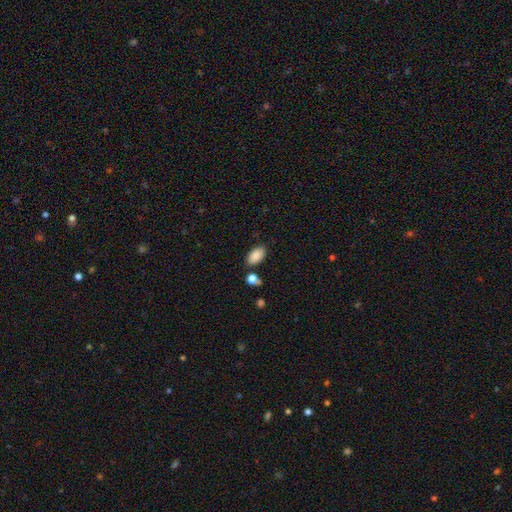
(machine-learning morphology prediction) The model was most divided on "merging": none: 80%, minor disturbance: 11%, merger: 6%, major disturbance: 3%. More confident: how rounded — in between (94%); smooth or featured — smooth (88%).